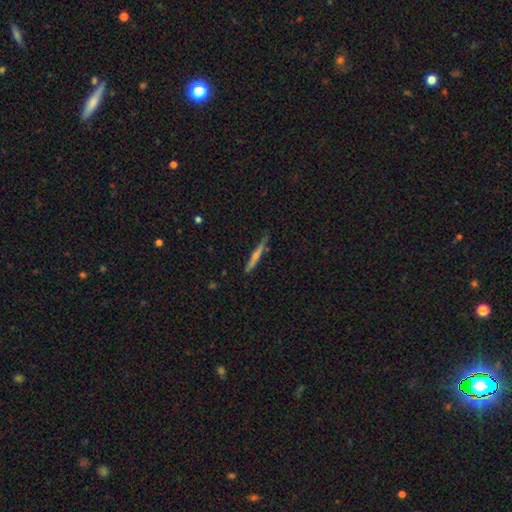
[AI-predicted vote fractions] Morphology: type=featured or disk (53%); edge-on=yes (96%); edge-on bulge=none (49%); merging=none (84%).